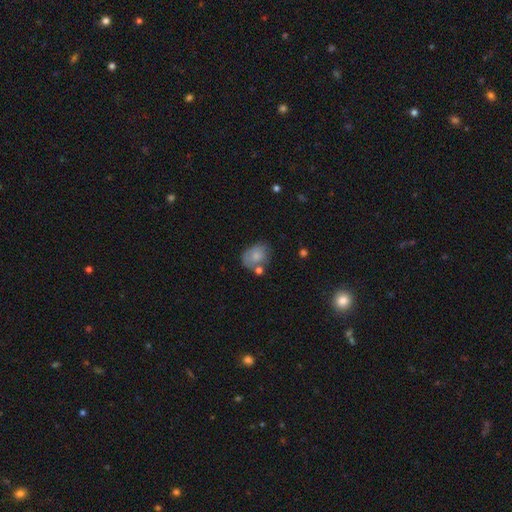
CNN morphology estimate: Smooth or featured?
  - smooth: 74% *
  - featured or disk: 18%
  - star or artifact: 8%
How rounded?
  - in between: 61% *
  - round: 38%
  - cigar-shaped: 1%
Merging?
  - none: 50% *
  - minor disturbance: 26%
  - merger: 15%
  - major disturbance: 9%